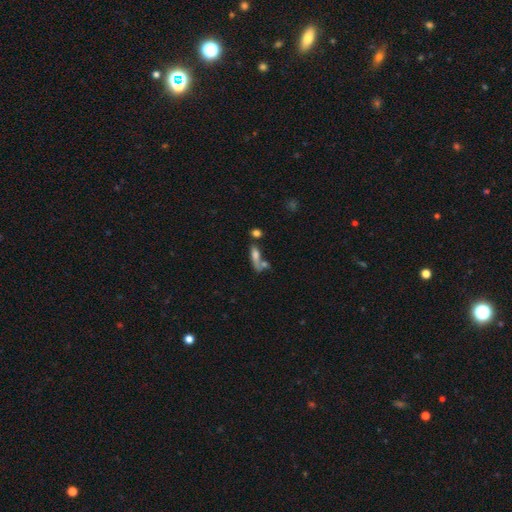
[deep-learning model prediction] Overall: smooth (48%; featured or disk 32%). Merging: merger (41%; none 34%).